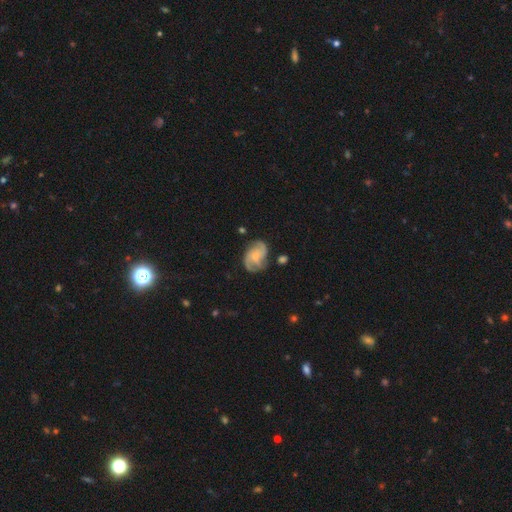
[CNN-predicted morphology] smooth_or_featured: featured or disk (p=0.78) [alt: smooth p=0.16]
disk_edge_on: no (p=0.98) [alt: yes p=0.02]
bar: no (p=0.58) [alt: weak p=0.36]
has_spiral_arms: yes (p=0.95) [alt: no p=0.05]
spiral_winding: medium (p=0.50) [alt: tight p=0.26]
spiral_arm_count: 3 (p=0.45) [alt: 2 p=0.31]
bulge_size: small (p=0.40) [alt: moderate p=0.34]
merging: none (p=0.70) [alt: minor disturbance p=0.19]